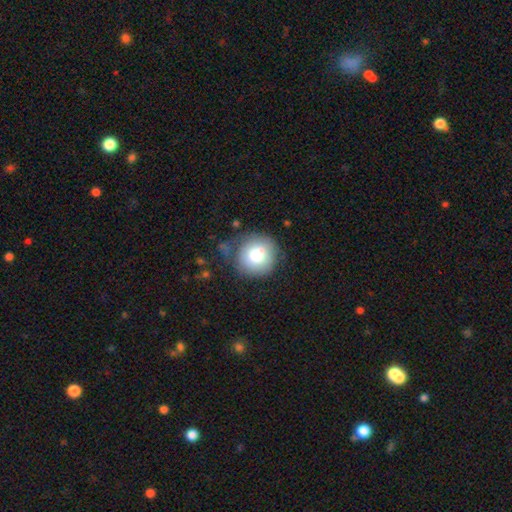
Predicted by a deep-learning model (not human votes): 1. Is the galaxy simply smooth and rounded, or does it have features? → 78% smooth, 13% featured or disk, 9% star or artifact.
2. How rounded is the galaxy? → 92% round, 7% in between, 1% cigar-shaped.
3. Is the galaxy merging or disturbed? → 71% none, 18% minor disturbance, 7% major disturbance, 4% merger.